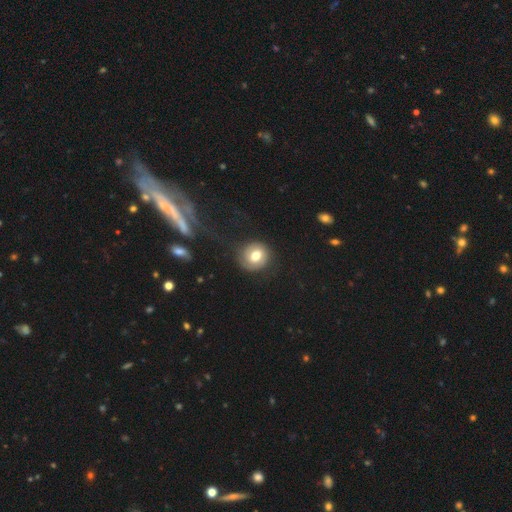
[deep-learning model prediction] This is likely a smooth galaxy (62%). How rounded: clearly round (86%). Merging: likely none (79%).